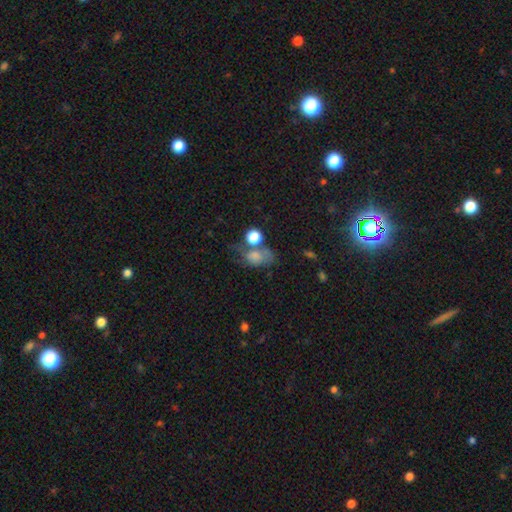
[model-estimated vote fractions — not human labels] Smooth or featured: smooth — 68% (featured or disk — 19%)
How rounded: in between — 71% (round — 26%)
Merging: none — 31% (merger — 25%)